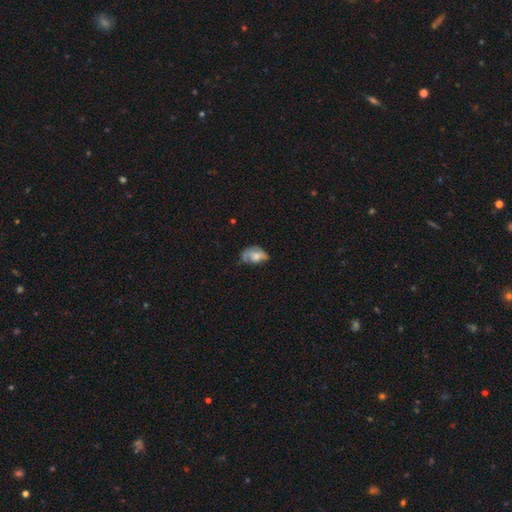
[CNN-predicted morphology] smooth-or-featured: smooth: 55% | featured or disk: 36% | star or artifact: 9%
  how-rounded: in between: 84% | round: 15% | cigar-shaped: 2%
  merging: minor disturbance: 36% | none: 32% | major disturbance: 27% | merger: 5%